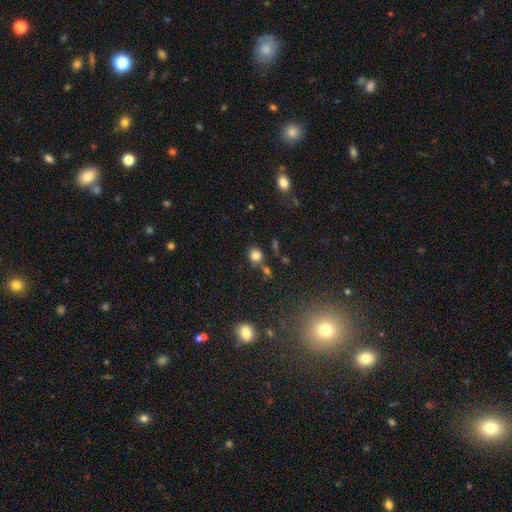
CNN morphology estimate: This is clearly a smooth galaxy (80%). How rounded: likely round (78%). Merging: likely none (67%).